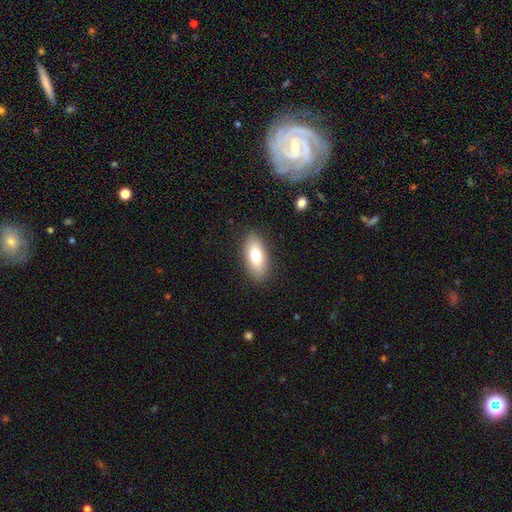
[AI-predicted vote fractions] A smooth galaxy with no disk features (74%) that is in between round and cigar-shaped (86%). Merging: none (87%).